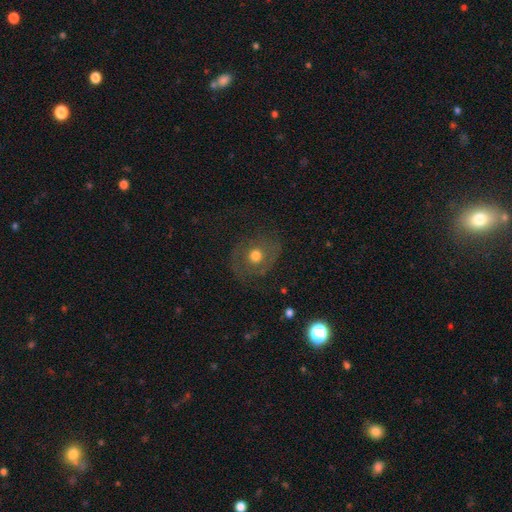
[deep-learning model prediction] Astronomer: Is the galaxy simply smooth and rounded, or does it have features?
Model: smooth — 48% (runner-up: featured or disk, 41%).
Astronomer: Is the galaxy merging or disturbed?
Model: none — 70%.